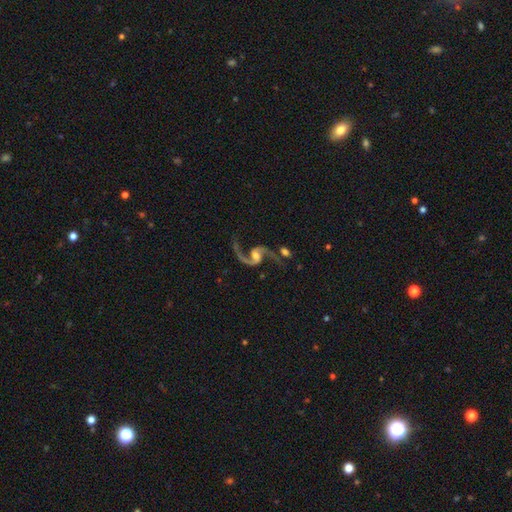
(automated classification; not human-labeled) Q: Smooth or featured?
A: featured or disk (93%); runner-up: star or artifact (4%)
Q: Edge-on disk?
A: no (98%); runner-up: yes (2%)
Q: Bar?
A: weak (43%); runner-up: no (42%)
Q: Spiral arms?
A: yes (98%); runner-up: no (2%)
Q: Spiral winding?
A: loose (69%); runner-up: medium (27%)
Q: Spiral arm count?
A: 2 (94%); runner-up: 1 (2%)
Q: Bulge size?
A: moderate (54%); runner-up: small (31%)
Q: Merging?
A: none (64%); runner-up: minor disturbance (15%)